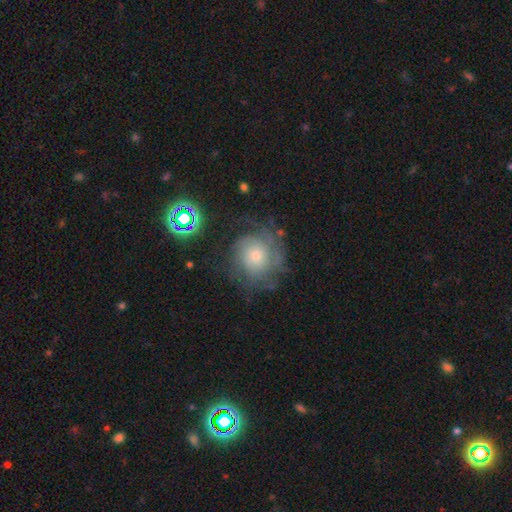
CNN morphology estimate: Smooth or featured? Predicted: featured or disk (p=0.63). Edge-on disk? Predicted: no (p=0.97). Bar? Predicted: no (p=0.83). Spiral arms? Predicted: yes (p=0.86). Spiral winding? Predicted: tight (p=0.59). Spiral arm count? Predicted: can't tell (p=0.49). Bulge size? Predicted: small (p=0.50). Merging? Predicted: none (p=0.64).